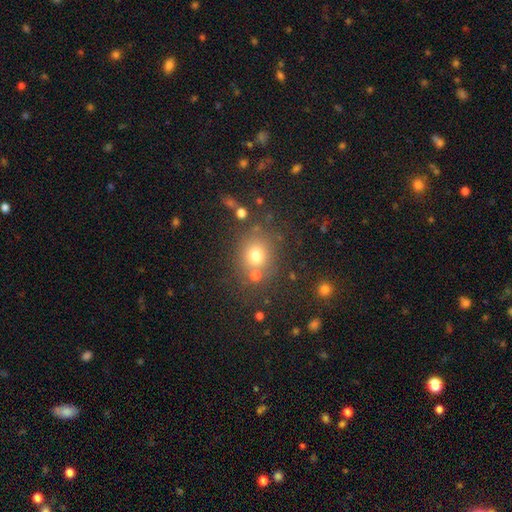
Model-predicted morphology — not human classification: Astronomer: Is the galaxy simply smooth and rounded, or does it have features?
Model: smooth — 72%.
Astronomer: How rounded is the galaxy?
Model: round — 78%.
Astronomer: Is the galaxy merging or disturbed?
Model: none — 71%.